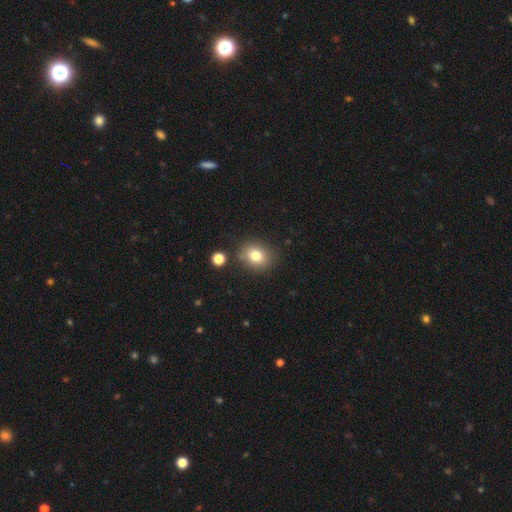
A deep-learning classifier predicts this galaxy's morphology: smooth_or_featured: smooth (p=0.80) [alt: star or artifact p=0.11]
how_rounded: round (p=0.61) [alt: in between p=0.38]
merging: none (p=0.80) [alt: minor disturbance p=0.12]